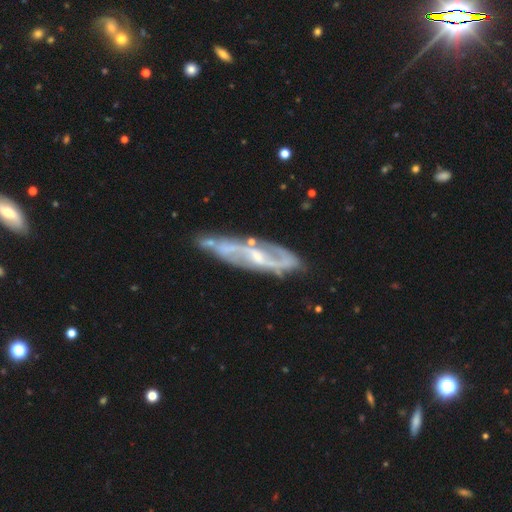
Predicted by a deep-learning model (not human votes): Smooth or featured? Predicted: featured or disk (p=0.84). Edge-on disk? Predicted: no (p=0.76). Bar? Predicted: weak (p=0.42). Spiral arms? Predicted: yes (p=0.90). Spiral winding? Predicted: medium (p=0.45). Spiral arm count? Predicted: 2 (p=0.68). Bulge size? Predicted: small (p=0.60). Merging? Predicted: none (p=0.69).